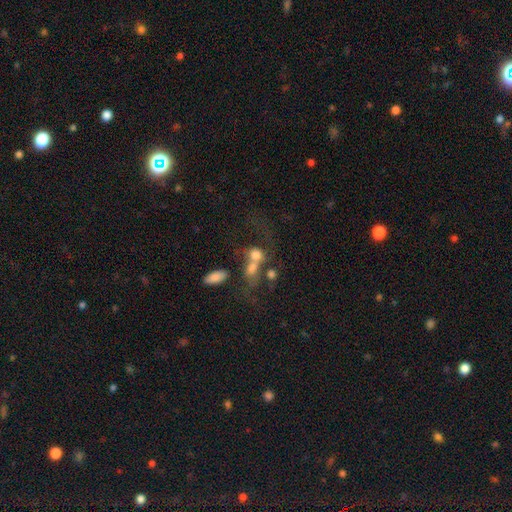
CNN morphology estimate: Smooth or featured: smooth — 67% (featured or disk — 20%)
How rounded: round — 53% (in between — 44%)
Merging: merger — 54% (none — 21%)